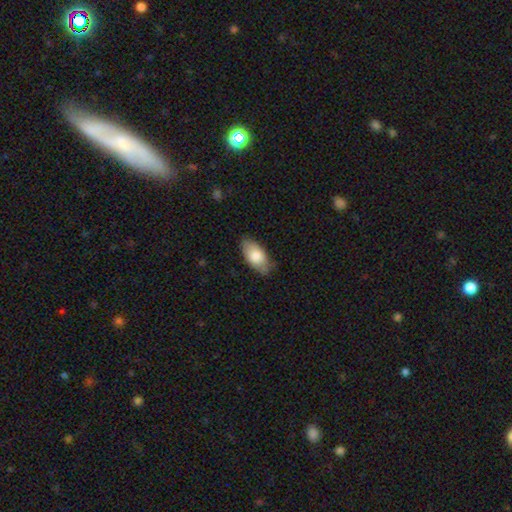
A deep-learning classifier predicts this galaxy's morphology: This is likely a smooth galaxy (79%). How rounded: clearly in between (93%). Merging: likely none (77%).